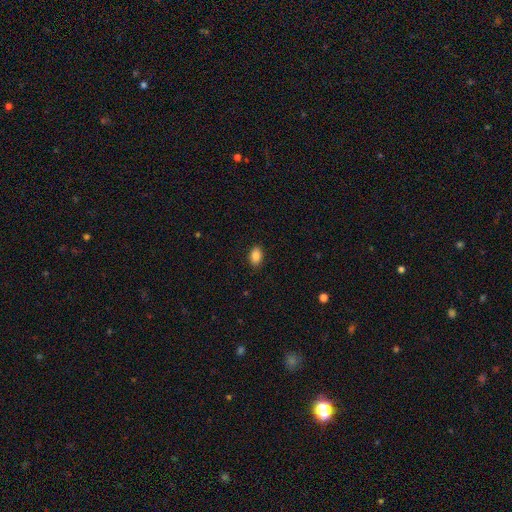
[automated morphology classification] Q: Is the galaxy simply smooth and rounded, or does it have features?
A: smooth — 88%.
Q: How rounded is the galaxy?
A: in between — 87%.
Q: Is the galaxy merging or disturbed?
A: none — 89%.